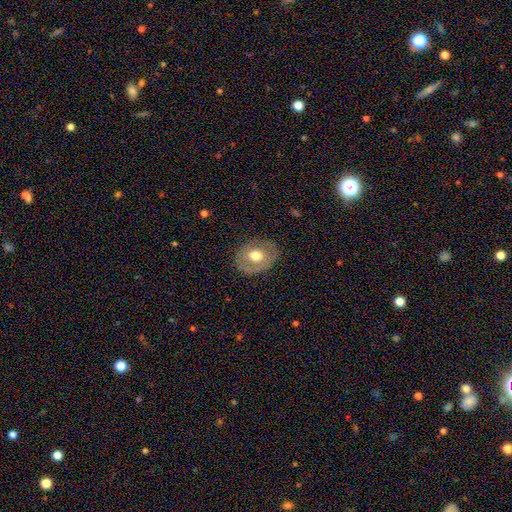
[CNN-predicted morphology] Smooth or featured? smooth (53%)
How rounded? in between (57%)
Merging? none (78%)